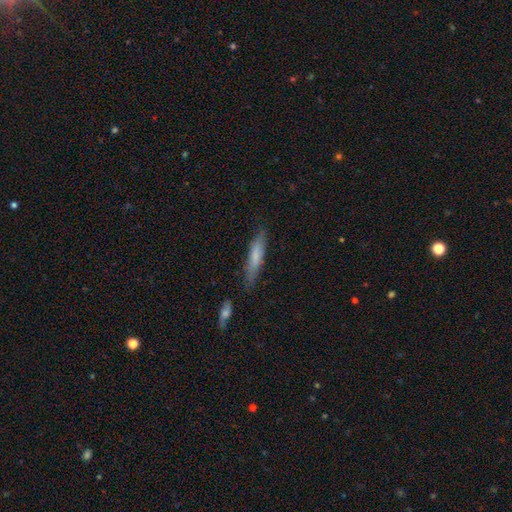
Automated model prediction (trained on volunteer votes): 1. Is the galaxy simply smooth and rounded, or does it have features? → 69% smooth, 25% featured or disk, 6% star or artifact.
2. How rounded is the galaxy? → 87% cigar-shaped, 12% in between, 1% round.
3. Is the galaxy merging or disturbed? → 79% none, 15% minor disturbance, 3% major disturbance, 3% merger.